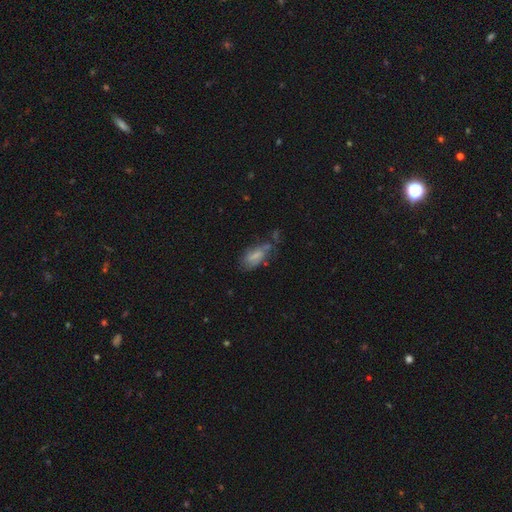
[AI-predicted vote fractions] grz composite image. It shows a smooth galaxy with no disk features (54%) that is in between round and cigar-shaped (85%). Merging: none (43%).